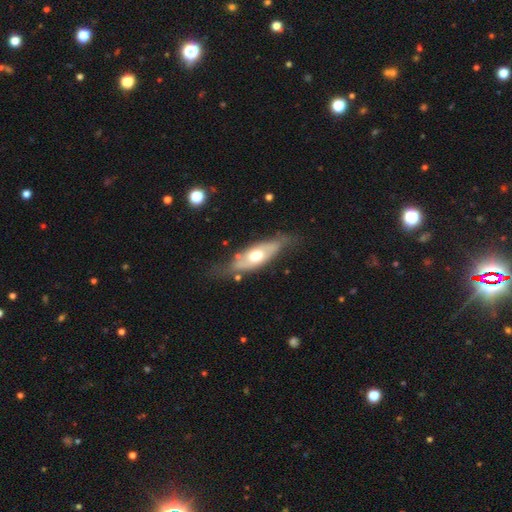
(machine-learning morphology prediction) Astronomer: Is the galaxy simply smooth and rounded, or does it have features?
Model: featured or disk — 51% (runner-up: smooth, 43%).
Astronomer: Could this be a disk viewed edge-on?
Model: no — 63%.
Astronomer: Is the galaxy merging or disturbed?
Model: none — 65%.